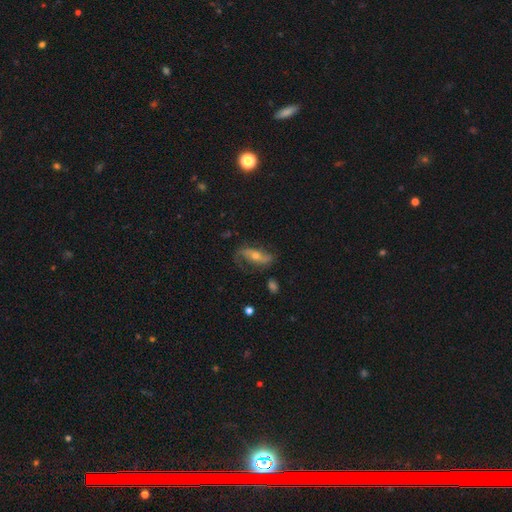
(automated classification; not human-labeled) Smooth or featured?
  - featured or disk: 74% *
  - smooth: 18%
  - star or artifact: 9%
Edge-on disk?
  - no: 87% *
  - yes: 13%
Bar?
  - no: 45% *
  - strong: 28%
  - weak: 27%
Spiral arms?
  - yes: 89% *
  - no: 11%
Spiral winding?
  - loose: 53% *
  - medium: 31%
  - tight: 16%
Spiral arm count?
  - 2: 80% *
  - 1: 9%
  - can't tell: 8%
  - 3: 2%
  - 4: 1%
  - more than 4: 1%
Bulge size?
  - moderate: 51% *
  - small: 44%
  - large: 3%
  - none: 1%
  - dominant: 1%
Merging?
  - none: 62% *
  - minor disturbance: 21%
  - major disturbance: 15%
  - merger: 2%